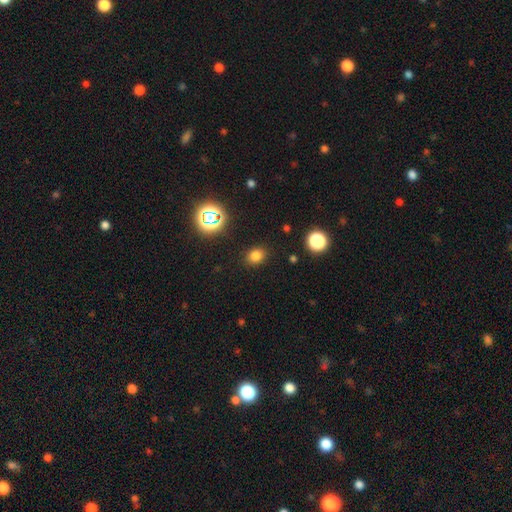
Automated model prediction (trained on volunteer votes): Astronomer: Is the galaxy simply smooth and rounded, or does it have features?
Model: smooth — 76%.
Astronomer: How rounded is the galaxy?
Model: round — 55% (runner-up: in between, 44%).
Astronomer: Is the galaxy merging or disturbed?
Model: none — 87%.